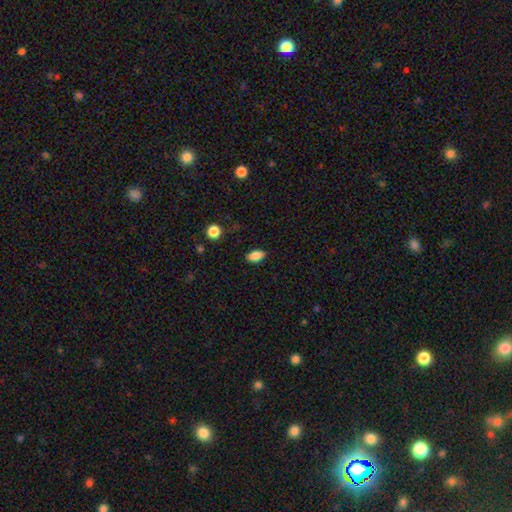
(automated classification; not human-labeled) A smooth galaxy with no disk features (85%) that is in between round and cigar-shaped (90%). Merging: none (86%).